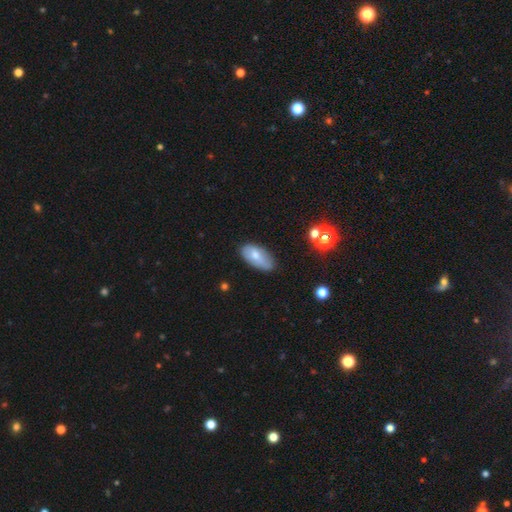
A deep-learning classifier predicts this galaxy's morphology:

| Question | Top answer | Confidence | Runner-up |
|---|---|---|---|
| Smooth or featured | smooth | 67% | featured or disk (25%) |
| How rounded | in between | 93% | cigar-shaped (4%) |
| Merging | none | 63% | minor disturbance (28%) |